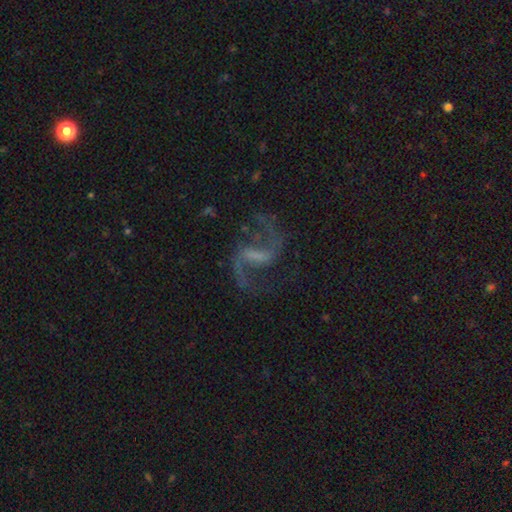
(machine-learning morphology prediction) This appears to be a featured or disk galaxy (89%) with a weak bar (46%), 2 (94%) loose (65%) spiral arms (97%) and no central bulge (55%). Merging: none (76%).